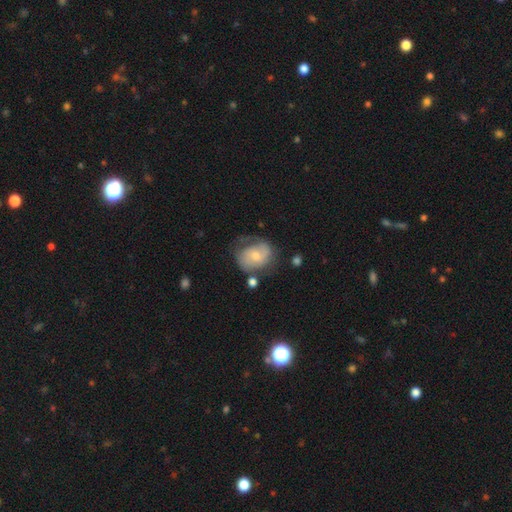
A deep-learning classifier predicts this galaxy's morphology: This is possibly a featured or disk galaxy (58%). It is clearly not viewed edge-on (97%). Bar: likely no (60%). Spiral arm pattern: clearly yes (81%). Central bulge: possibly small (47%). Merging: possibly none (49%).